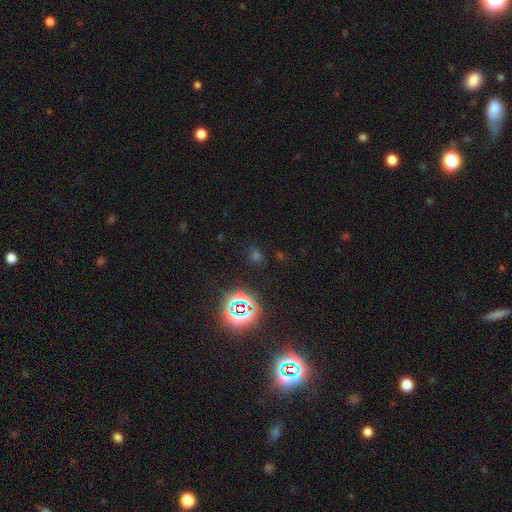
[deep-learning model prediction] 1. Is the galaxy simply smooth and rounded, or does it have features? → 61% star or artifact, 32% smooth, 7% featured or disk.